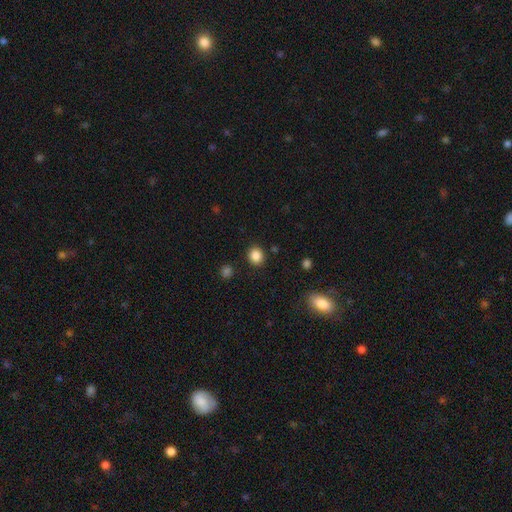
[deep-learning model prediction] A smooth galaxy with no disk features (86%) that is round (83%).

Vote fractions:
- Smooth or featured? smooth: 86% / star or artifact: 10% / featured or disk: 3%
- How rounded? round: 83% / in between: 16% / cigar-shaped: 1%
- Merging? none: 88% / minor disturbance: 7% / major disturbance: 2% / merger: 2%